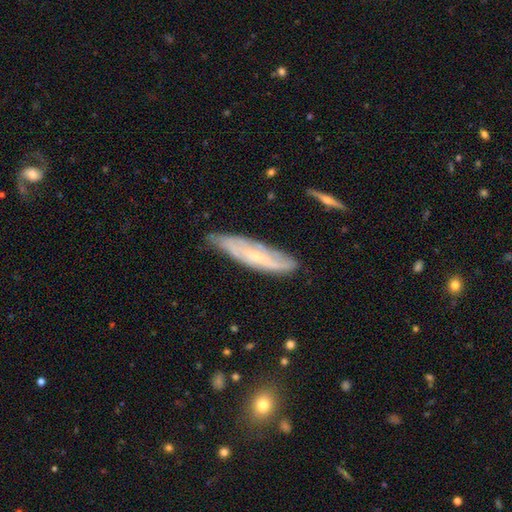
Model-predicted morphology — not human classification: featured or disk 61%, smooth 32%, star or artifact 7%. Down the decision tree: edge-on disk — no (62%); merging — none (69%).